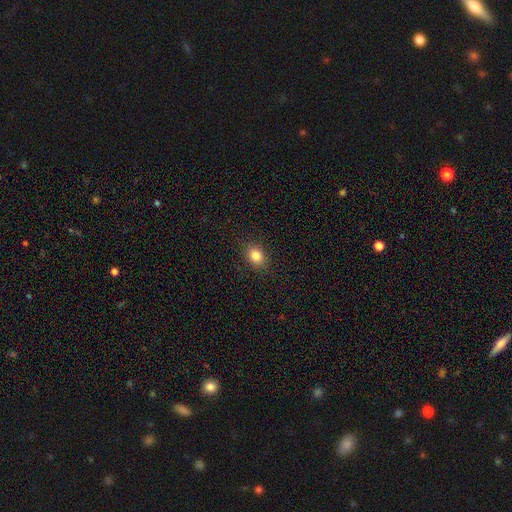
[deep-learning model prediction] Overall: smooth (84%). How rounded: in between (58%; round 41%). Merging: none (88%).